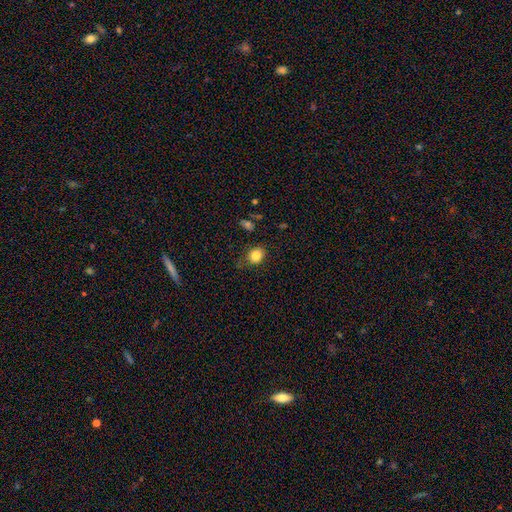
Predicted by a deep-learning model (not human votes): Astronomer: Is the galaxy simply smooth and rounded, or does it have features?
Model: smooth — 83%.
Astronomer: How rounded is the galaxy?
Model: round — 60% (runner-up: in between, 39%).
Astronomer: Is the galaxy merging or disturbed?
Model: none — 74%.